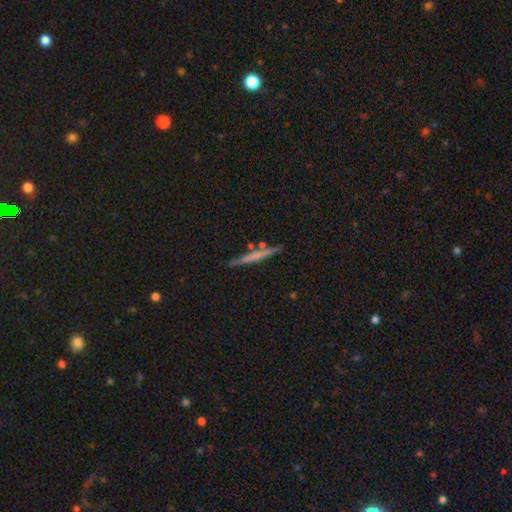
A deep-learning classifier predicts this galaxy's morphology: Smooth or featured?
  - smooth: 49% *
  - featured or disk: 45%
  - star or artifact: 6%
Merging?
  - none: 84% *
  - minor disturbance: 9%
  - merger: 4%
  - major disturbance: 2%